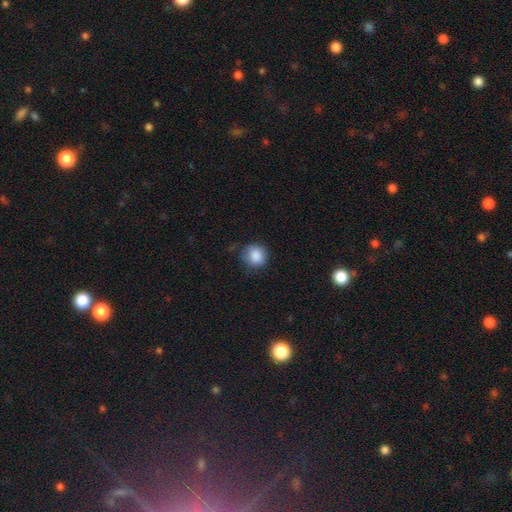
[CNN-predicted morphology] Smooth or featured?
  - smooth: 86% *
  - star or artifact: 8%
  - featured or disk: 5%
How rounded?
  - round: 80% *
  - in between: 19%
  - cigar-shaped: 1%
Merging?
  - none: 66% *
  - minor disturbance: 26%
  - major disturbance: 7%
  - merger: 2%